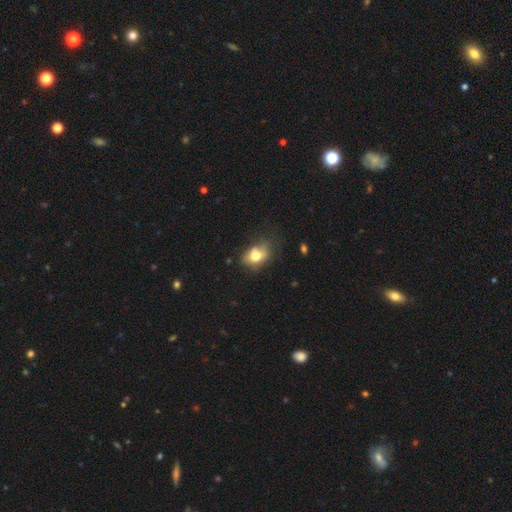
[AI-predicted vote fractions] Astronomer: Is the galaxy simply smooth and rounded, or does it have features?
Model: smooth — 70%.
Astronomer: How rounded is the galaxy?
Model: in between — 69%.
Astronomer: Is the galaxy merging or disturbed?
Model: none — 46% (runner-up: minor disturbance, 32%).